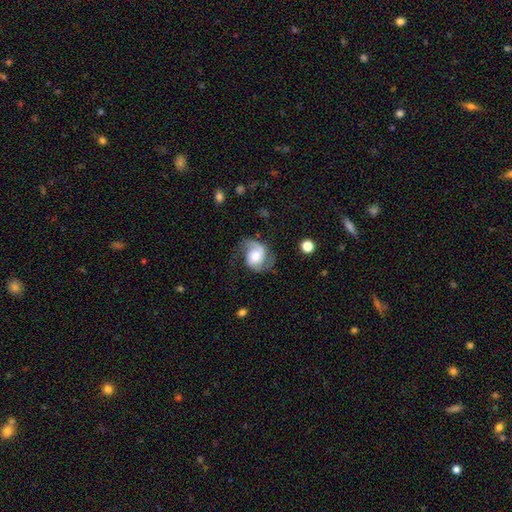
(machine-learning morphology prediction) The model was most divided on "bulge size": moderate: 41%, large: 30%, small: 17%, none: 6%, dominant: 5%. Remaining: edge-on disk — no (98%); spiral arms — yes (94%); spiral arm count — 2 (73%); smooth or featured — featured or disk (72%); bar — no (61%); merging — none (54%); spiral winding — medium (46%).